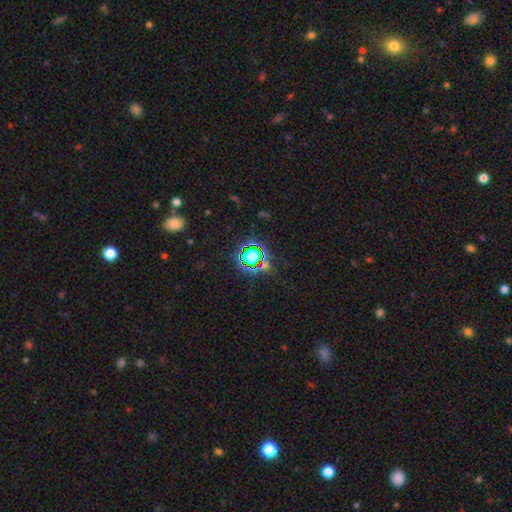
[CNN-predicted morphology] smooth_or_featured: star or artifact (p=0.65) [alt: smooth p=0.25]